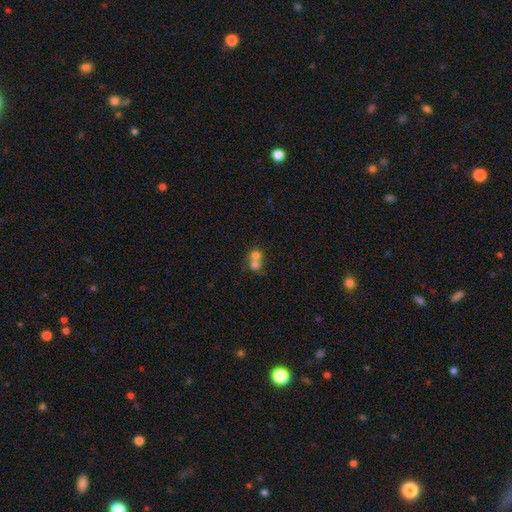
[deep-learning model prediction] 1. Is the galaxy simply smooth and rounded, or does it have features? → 71% smooth, 19% featured or disk, 11% star or artifact.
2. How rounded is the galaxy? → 72% round, 27% in between, 1% cigar-shaped.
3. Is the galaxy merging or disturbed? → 71% merger, 21% none, 5% minor disturbance, 3% major disturbance.